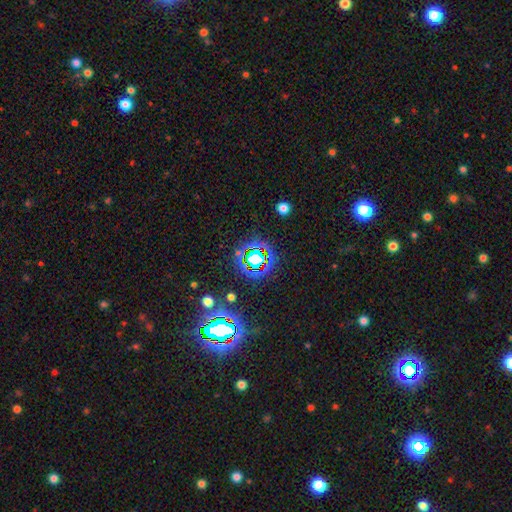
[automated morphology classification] Q: Smooth or featured?
A: star or artifact (66%); runner-up: smooth (21%)